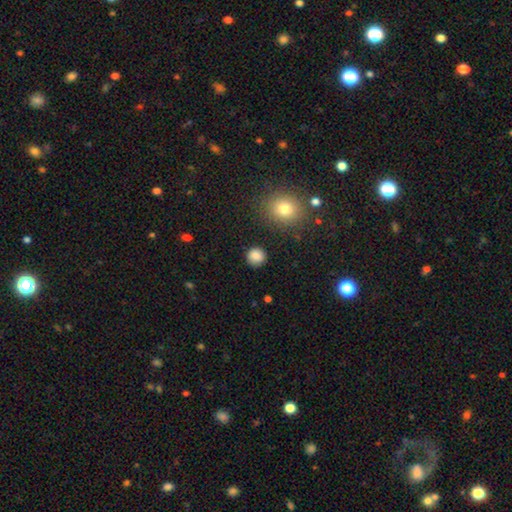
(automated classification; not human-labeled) smooth 86%, star or artifact 10%, featured or disk 4%. Down the decision tree: how rounded — round (91%); merging — none (88%).